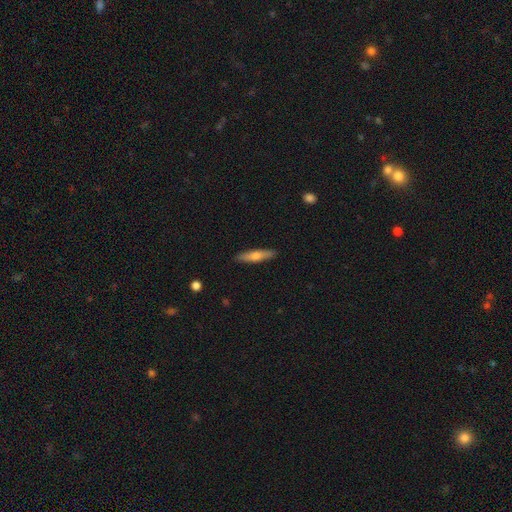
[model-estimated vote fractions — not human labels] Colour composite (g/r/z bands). It shows a smooth galaxy with no disk features (55%) that is cigar-shaped (85%). Merging: none (90%).